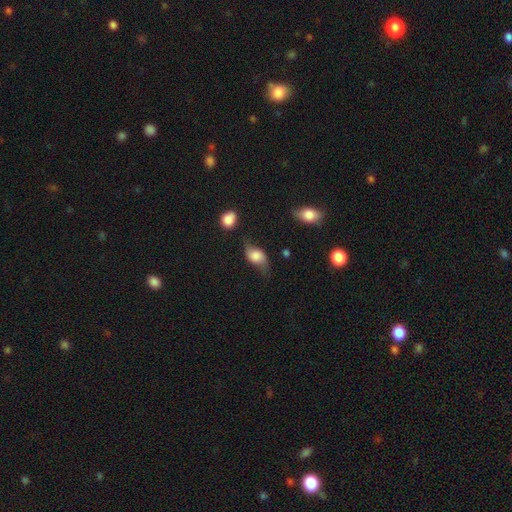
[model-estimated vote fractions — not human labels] Smooth or featured?
  - smooth: 56% *
  - featured or disk: 34%
  - star or artifact: 9%
How rounded?
  - in between: 79% *
  - round: 18%
  - cigar-shaped: 3%
Merging?
  - none: 51% *
  - minor disturbance: 31%
  - major disturbance: 14%
  - merger: 4%